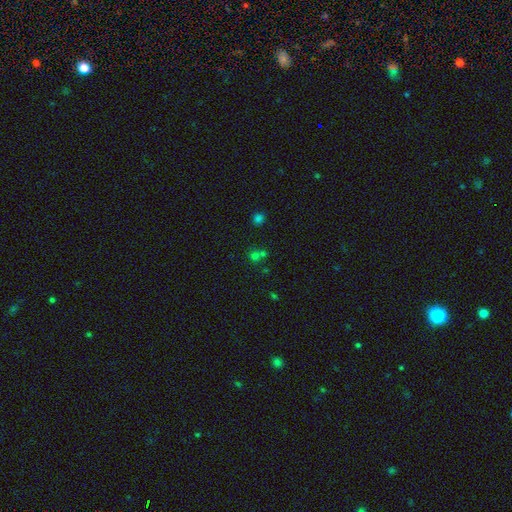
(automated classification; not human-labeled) Morphology: type=smooth (57%); roundness=round (83%); merging=none (46%).